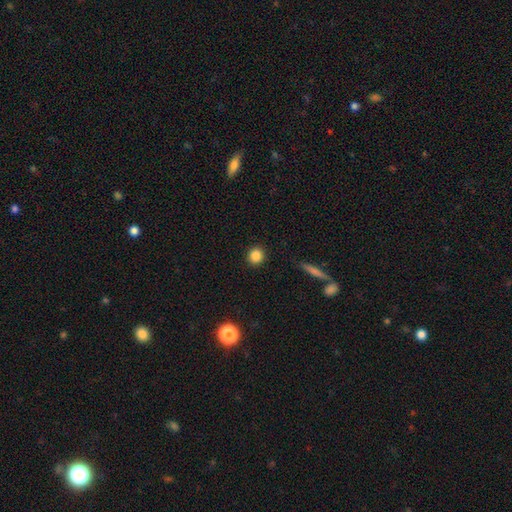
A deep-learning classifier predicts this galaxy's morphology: Overall: smooth (86%). How rounded: round (88%). Merging: none (91%).